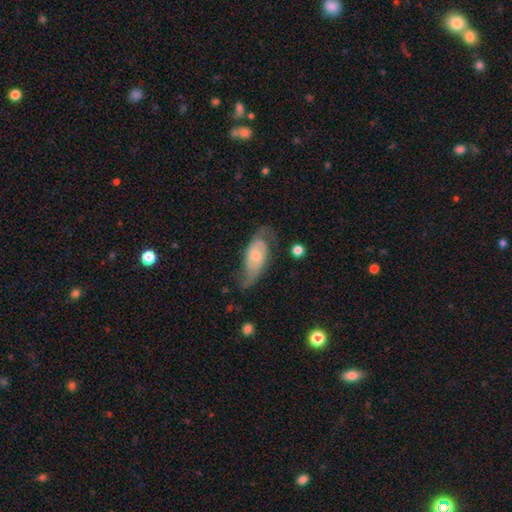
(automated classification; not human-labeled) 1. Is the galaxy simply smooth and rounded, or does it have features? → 69% featured or disk, 25% smooth, 6% star or artifact.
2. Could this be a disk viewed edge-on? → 90% no, 10% yes.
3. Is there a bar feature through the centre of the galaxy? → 68% no, 27% weak, 5% strong.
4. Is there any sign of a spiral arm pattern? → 86% yes, 14% no.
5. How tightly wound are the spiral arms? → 41% medium, 36% loose, 22% tight.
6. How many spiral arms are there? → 79% 2, 13% can't tell, 4% 1, 2% 3, 1% 4, 1% more than 4.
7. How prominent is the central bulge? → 53% moderate, 39% small, 5% large, 2% none, 1% dominant.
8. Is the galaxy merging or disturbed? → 57% none, 26% minor disturbance, 15% major disturbance, 2% merger.